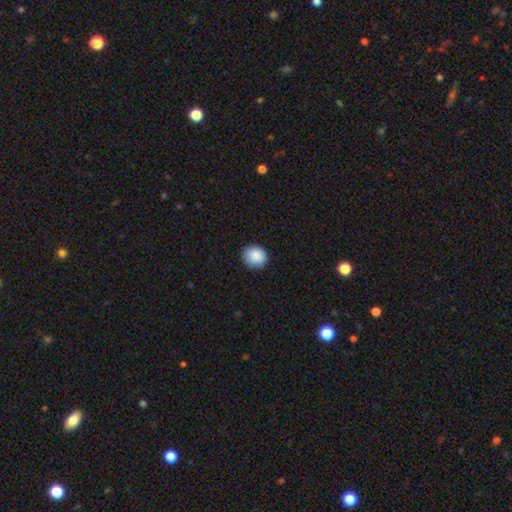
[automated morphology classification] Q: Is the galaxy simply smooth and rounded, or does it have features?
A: smooth — 89%.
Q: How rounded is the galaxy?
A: round — 72%.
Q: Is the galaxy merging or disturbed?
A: none — 87%.